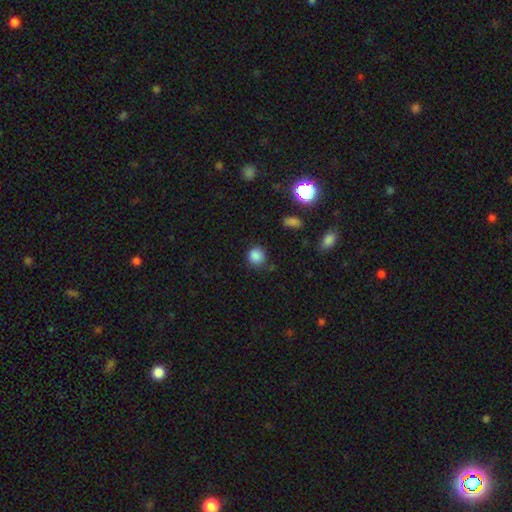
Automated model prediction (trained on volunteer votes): Q: Smooth or featured?
A: smooth (85%); runner-up: star or artifact (11%)
Q: How rounded?
A: round (91%); runner-up: in between (8%)
Q: Merging?
A: none (79%); runner-up: minor disturbance (15%)